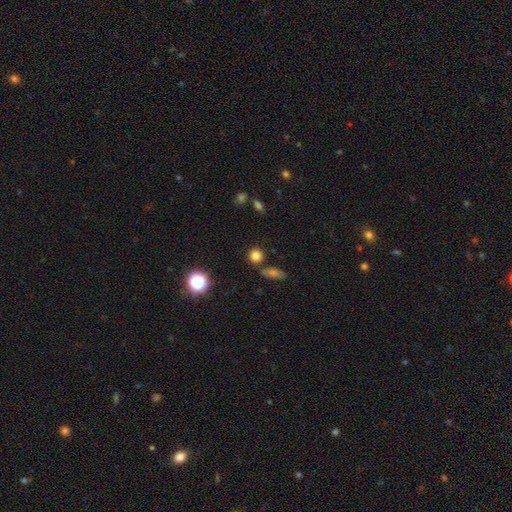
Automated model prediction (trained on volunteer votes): smooth 79%, star or artifact 15%, featured or disk 6%. Down the decision tree: how rounded — round (88%); merging — none (78%).